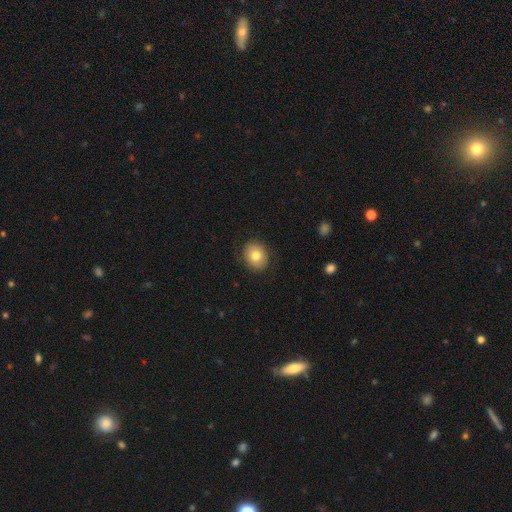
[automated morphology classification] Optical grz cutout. It shows a smooth galaxy with no disk features (78%) that is round (65%). Merging: none (88%).